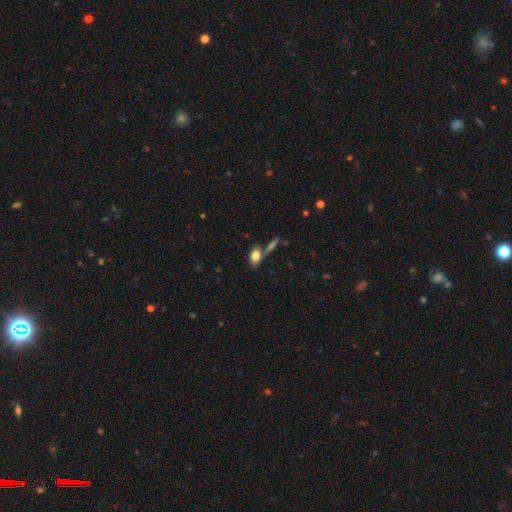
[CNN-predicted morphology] A smooth galaxy with no disk features (79%) that is in between round and cigar-shaped (85%).

Vote fractions:
- Smooth or featured? smooth: 79% / featured or disk: 13% / star or artifact: 8%
- How rounded? in between: 85% / round: 9% / cigar-shaped: 6%
- Merging? none: 57% / merger: 24% / minor disturbance: 14% / major disturbance: 5%